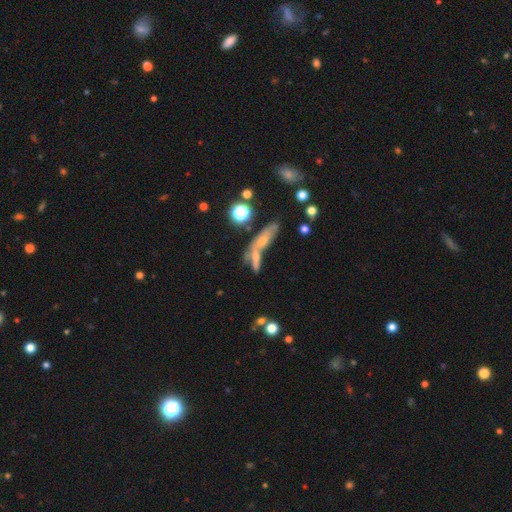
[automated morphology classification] type=smooth (43%); merging=none (39%).